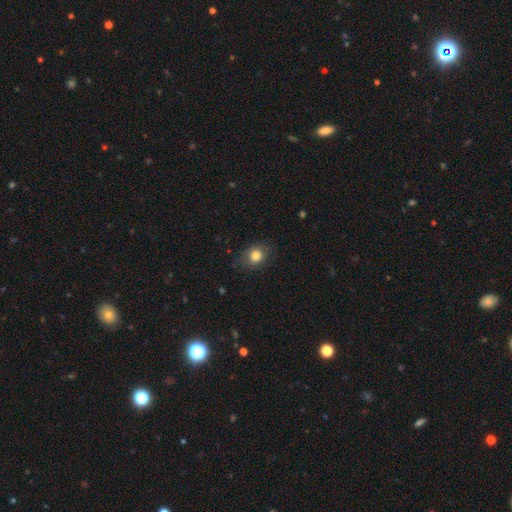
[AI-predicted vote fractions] A smooth galaxy with no disk features (81%) that is round (55%). Merging: none (74%).